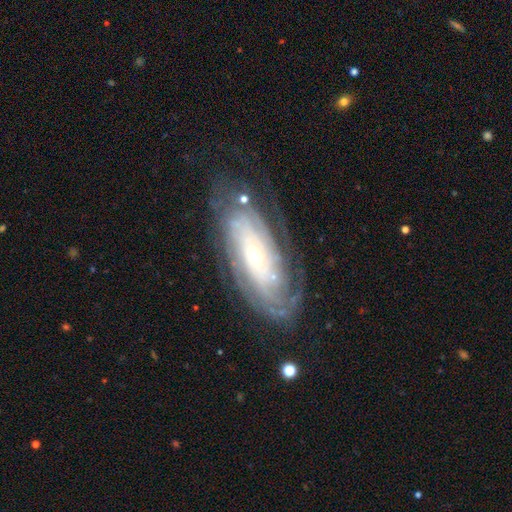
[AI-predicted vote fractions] smooth-or-featured: featured or disk: 84% | smooth: 10% | star or artifact: 6%
  disk-edge-on: no: 91% | yes: 9%
    bar: no: 71% | weak: 21% | strong: 8%
    has-spiral-arms: yes: 93% | no: 7%
      spiral-winding: tight: 76% | medium: 19% | loose: 5%
      spiral-arm-count: can't tell: 45% | 4: 14% | more than 4: 12% | 3: 12% | 2: 12% | 1: 5%
    bulge-size: small: 62% | moderate: 32% | large: 3% | none: 1% | dominant: 1%
  merging: none: 72% | minor disturbance: 18% | major disturbance: 9% | merger: 2%